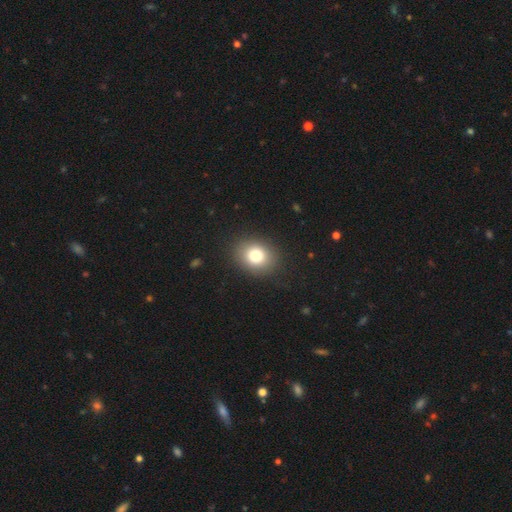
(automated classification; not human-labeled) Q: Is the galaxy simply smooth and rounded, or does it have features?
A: smooth — 79%.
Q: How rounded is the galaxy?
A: round — 56%.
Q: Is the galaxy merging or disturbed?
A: none — 88%.